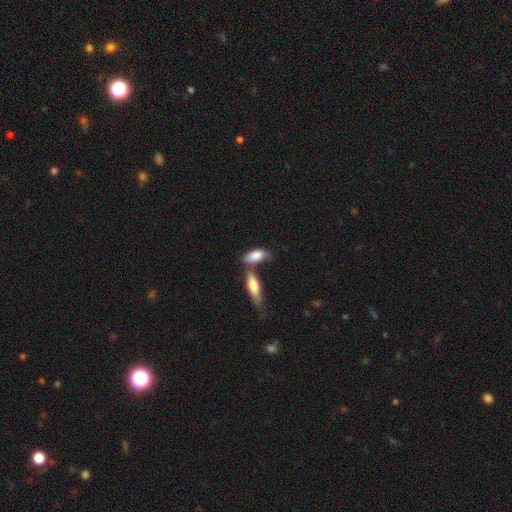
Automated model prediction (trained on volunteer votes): Smooth or featured? smooth (81%)
How rounded? in between (79%)
Merging? none (40%, tied with merger)